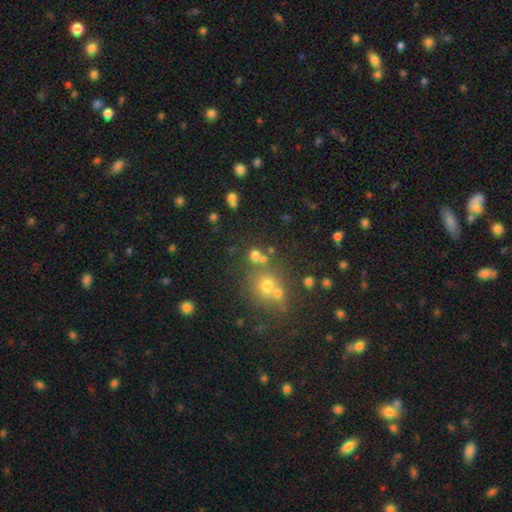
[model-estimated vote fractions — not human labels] A smooth galaxy with no disk features (68%) that is round (86%).

Vote fractions:
- Smooth or featured? smooth: 68% / star or artifact: 21% / featured or disk: 11%
- How rounded? round: 86% / in between: 13% / cigar-shaped: 1%
- Merging? none: 60% / merger: 27% / minor disturbance: 8% / major disturbance: 5%